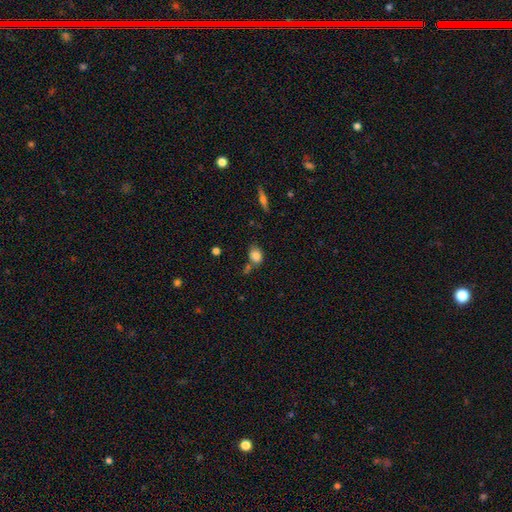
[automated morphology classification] type=smooth (82%); roundness=in between (67%); merging=none (52%).